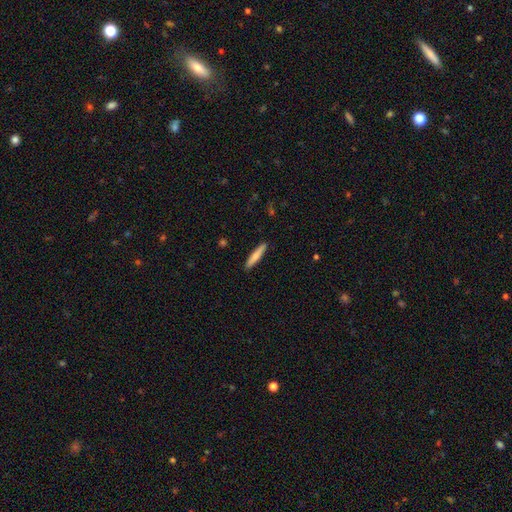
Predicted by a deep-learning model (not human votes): smooth-or-featured: smooth: 71% | featured or disk: 23% | star or artifact: 5%
  how-rounded: cigar-shaped: 91% | in between: 8% | round: 1%
  merging: none: 91% | minor disturbance: 7% | major disturbance: 1% | merger: 1%